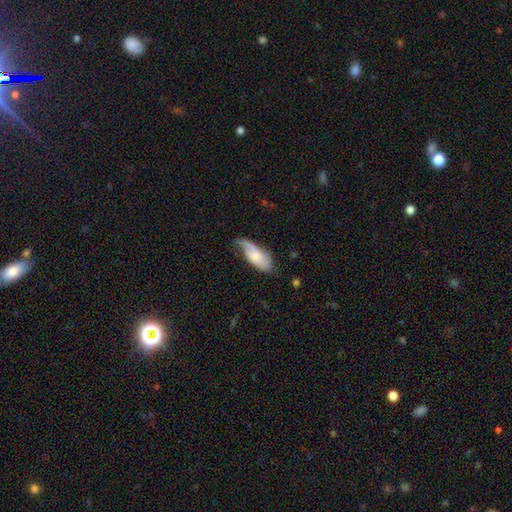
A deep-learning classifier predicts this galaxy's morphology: Smooth or featured?
  - smooth: 54% *
  - featured or disk: 40%
  - star or artifact: 6%
How rounded?
  - in between: 82% *
  - cigar-shaped: 16%
  - round: 2%
Merging?
  - none: 41% *
  - minor disturbance: 37%
  - major disturbance: 19%
  - merger: 3%